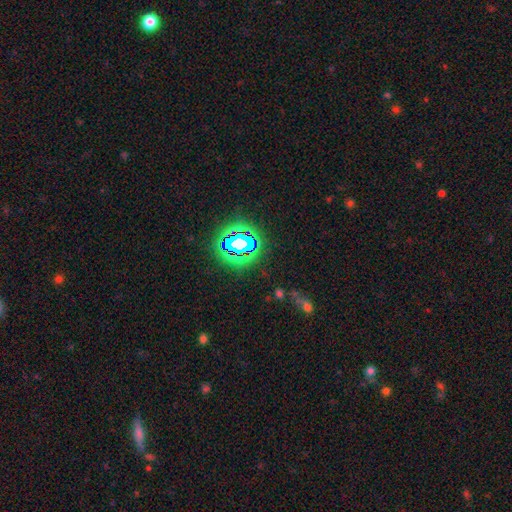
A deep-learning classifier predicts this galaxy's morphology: This appears to be a star or artifact, not a galaxy (77%).